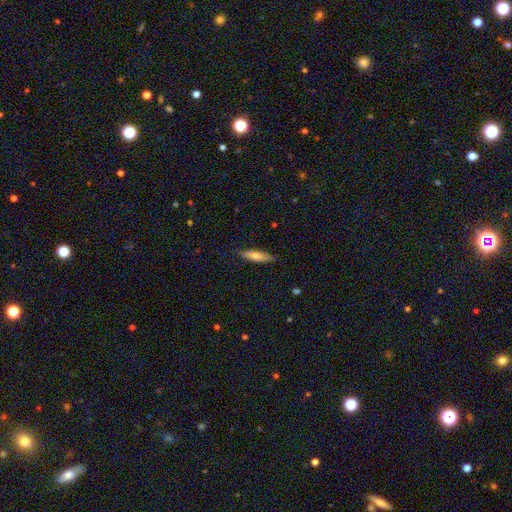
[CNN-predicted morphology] Smooth or featured? Predicted: smooth (p=0.63). How rounded? Predicted: cigar-shaped (p=0.76). Merging? Predicted: none (p=0.87).